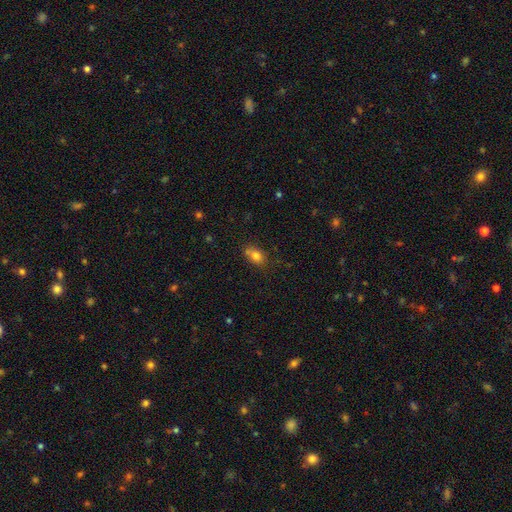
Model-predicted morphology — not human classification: Smooth or featured? Predicted: smooth (p=0.78). How rounded? Predicted: in between (p=0.67). Merging? Predicted: none (p=0.58).